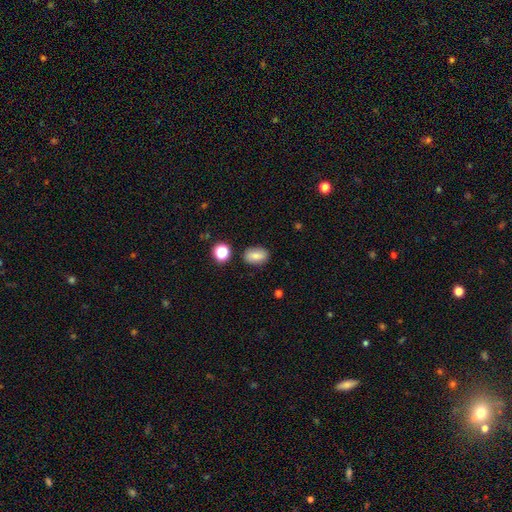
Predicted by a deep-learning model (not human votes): Smooth or featured?
  - smooth: 77% *
  - featured or disk: 12%
  - star or artifact: 10%
How rounded?
  - in between: 81% *
  - round: 17%
  - cigar-shaped: 2%
Merging?
  - none: 84% *
  - minor disturbance: 11%
  - merger: 3%
  - major disturbance: 3%